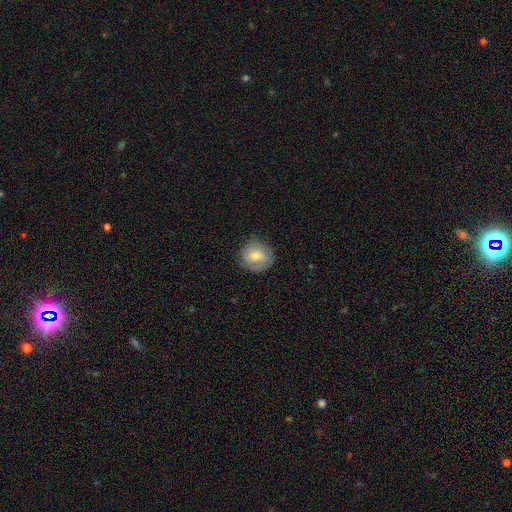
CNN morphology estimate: Smooth or featured: smooth — 60% (featured or disk — 33%)
How rounded: round — 85% (in between — 14%)
Merging: none — 77% (minor disturbance — 17%)